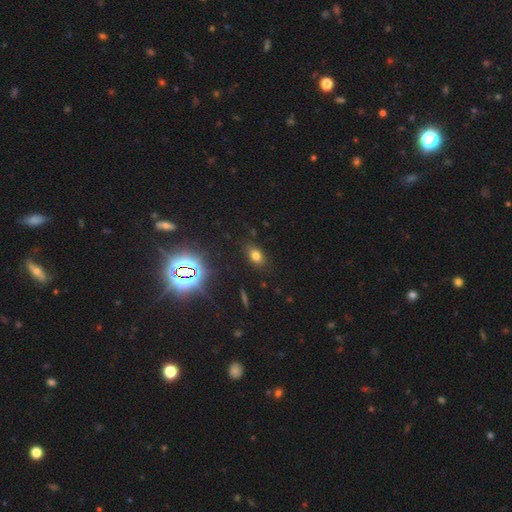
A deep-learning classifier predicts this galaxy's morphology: A smooth galaxy with no disk features (68%) that is in between round and cigar-shaped (76%). Merging: none (84%).